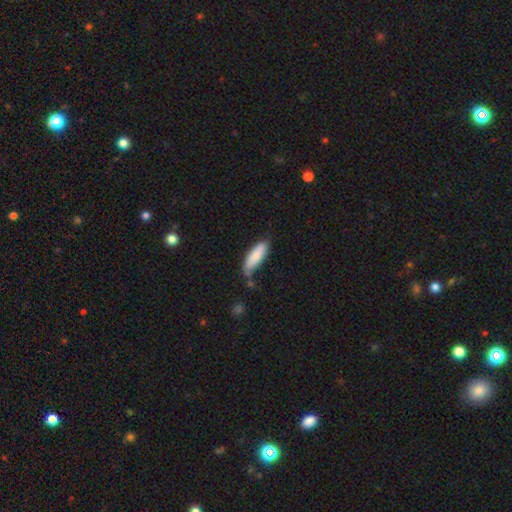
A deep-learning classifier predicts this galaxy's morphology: smooth_or_featured: smooth (p=0.83) [alt: featured or disk p=0.11]
how_rounded: in between (p=0.55) [alt: cigar-shaped p=0.44]
merging: none (p=0.64) [alt: minor disturbance p=0.25]